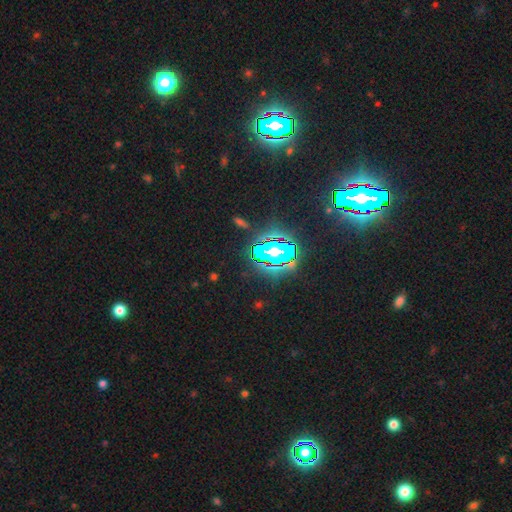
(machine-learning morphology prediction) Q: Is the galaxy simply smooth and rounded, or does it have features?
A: star or artifact — 83%.